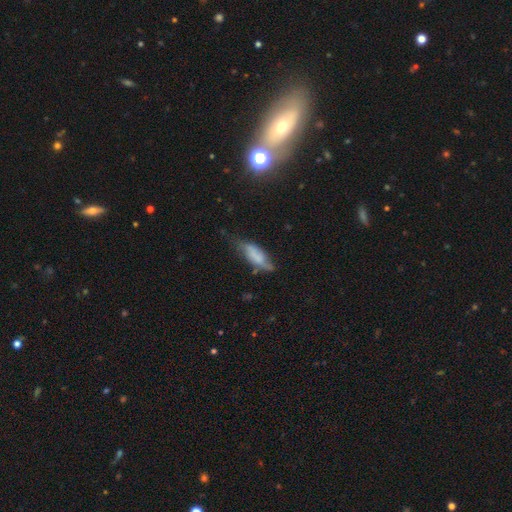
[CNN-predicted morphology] Q: Smooth or featured?
A: smooth (62%); runner-up: featured or disk (29%)
Q: How rounded?
A: in between (60%); runner-up: cigar-shaped (38%)
Q: Merging?
A: none (42%); runner-up: minor disturbance (37%)